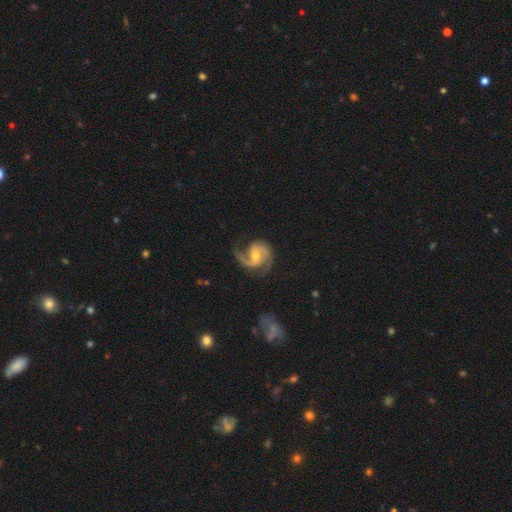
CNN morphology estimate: Smooth or featured: featured or disk — 91% (smooth — 5%)
Edge-on disk: no — 98% (yes — 2%)
Bar: no — 47% (weak — 41%)
Spiral arms: yes — 98% (no — 2%)
Spiral winding: medium — 56% (tight — 24%)
Spiral arm count: 2 — 84% (3 — 5%)
Bulge size: moderate — 58% (small — 37%)
Merging: none — 67% (minor disturbance — 20%)